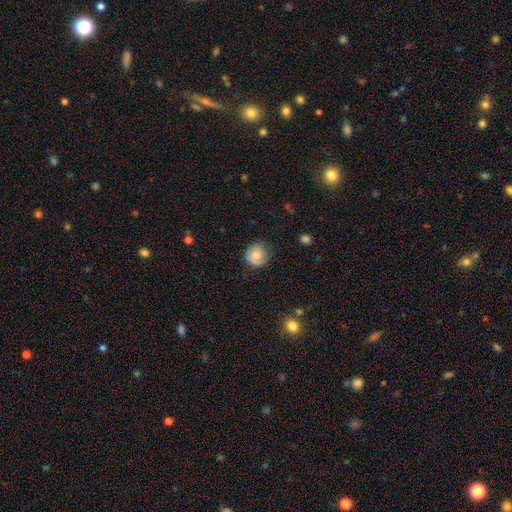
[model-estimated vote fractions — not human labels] Smooth or featured? smooth (63%)
How rounded? round (88%)
Merging? none (77%)